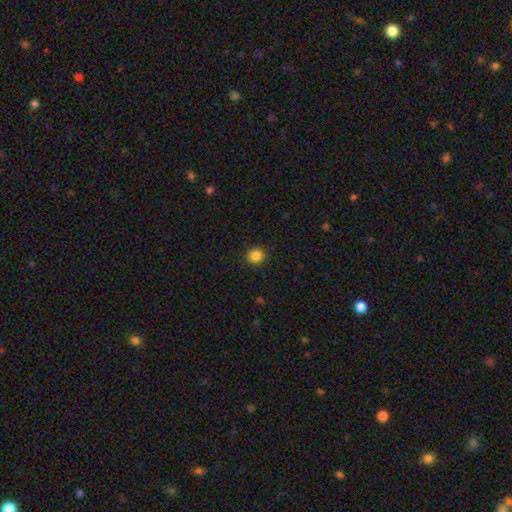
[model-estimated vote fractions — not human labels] smooth_or_featured: smooth (p=0.85) [alt: star or artifact p=0.11]
how_rounded: round (p=0.88) [alt: in between p=0.11]
merging: none (p=0.91) [alt: minor disturbance p=0.06]